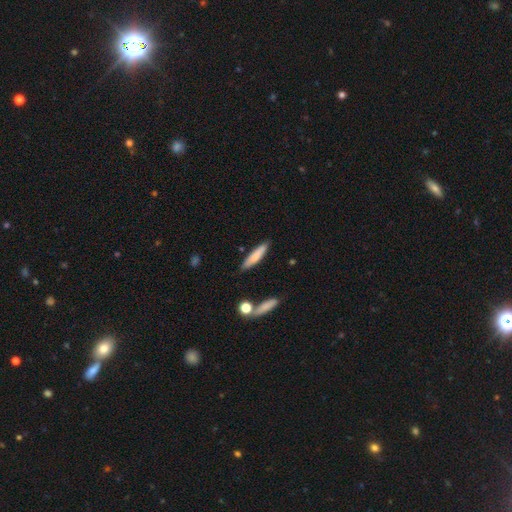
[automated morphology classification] The model was most divided on "how rounded": cigar-shaped: 80%, in between: 19%, round: 2%. More confident: merging — none (83%); smooth or featured — smooth (78%).